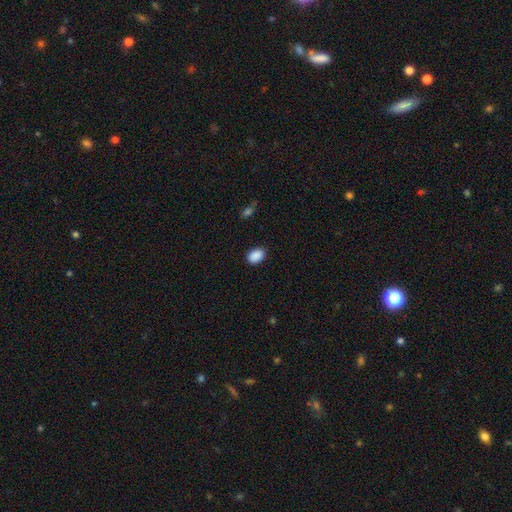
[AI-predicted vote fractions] This is clearly a smooth galaxy (90%). How rounded: clearly in between (81%). Merging: clearly none (86%).